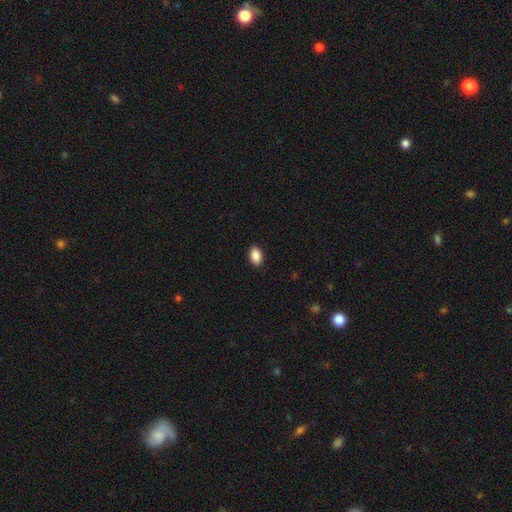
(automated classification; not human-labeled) Smooth or featured? smooth (89%)
How rounded? in between (88%)
Merging? none (90%)